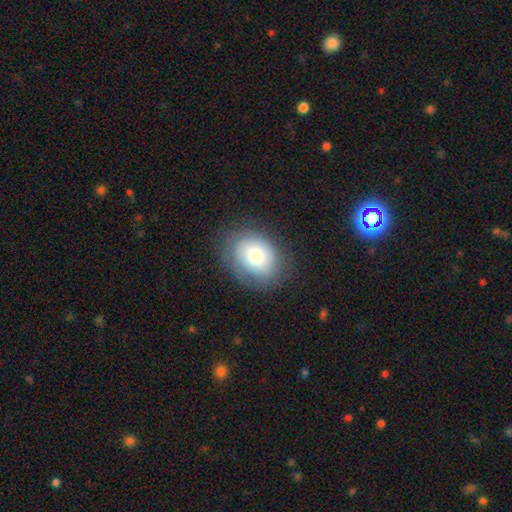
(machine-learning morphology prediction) This is likely a smooth galaxy (71%). How rounded: likely in between (68%). Merging: likely none (77%).